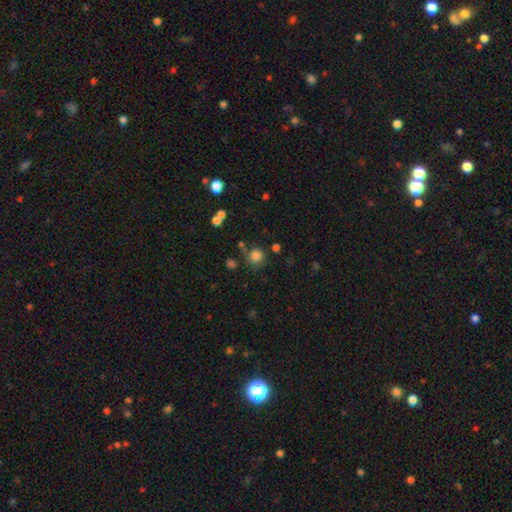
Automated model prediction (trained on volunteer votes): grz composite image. It shows a smooth galaxy with no disk features (80%) that is round (87%). Merging: none (70%).